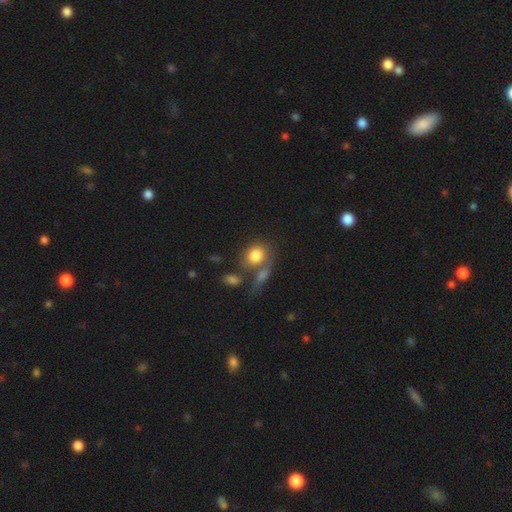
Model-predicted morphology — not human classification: Overall: smooth (79%). How rounded: round (61%; in between 36%). Merging: none (40%; merger 38%).